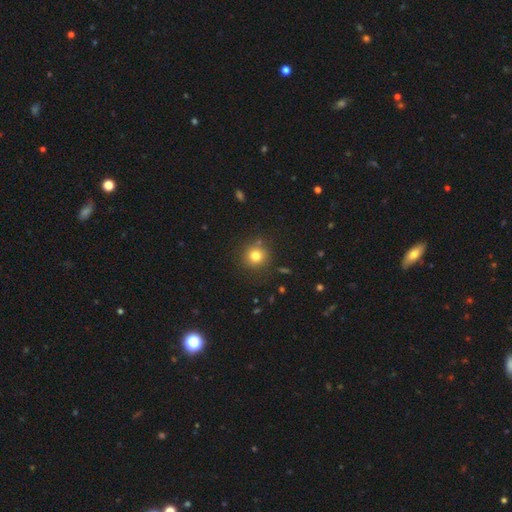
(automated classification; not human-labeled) A smooth galaxy with no disk features (79%) that is round (92%). Merging: none (85%).